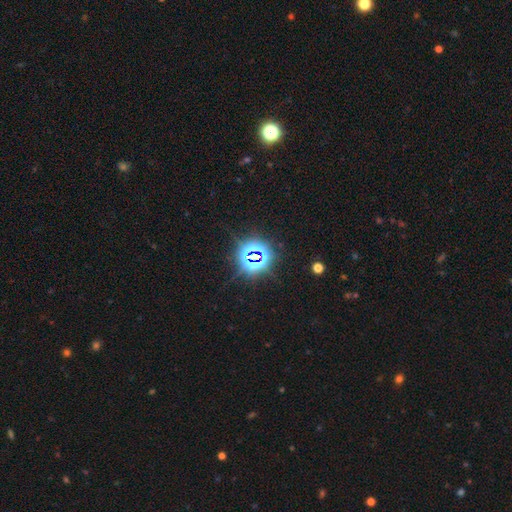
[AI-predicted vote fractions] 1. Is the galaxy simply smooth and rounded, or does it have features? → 80% star or artifact, 12% smooth, 8% featured or disk.